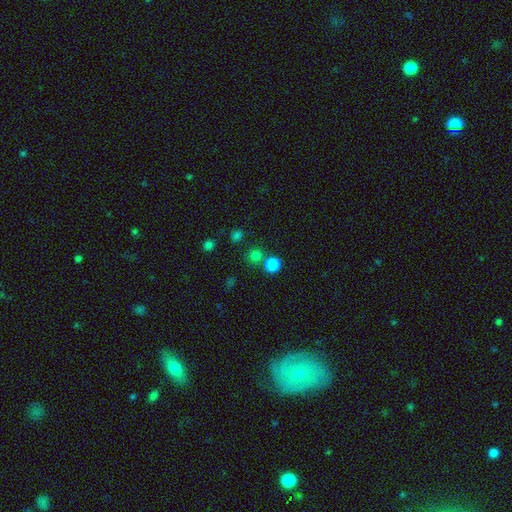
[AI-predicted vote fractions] Smooth or featured?
  - smooth: 78% *
  - star or artifact: 17%
  - featured or disk: 5%
How rounded?
  - round: 89% *
  - in between: 10%
  - cigar-shaped: 1%
Merging?
  - none: 70% *
  - merger: 20%
  - minor disturbance: 7%
  - major disturbance: 3%